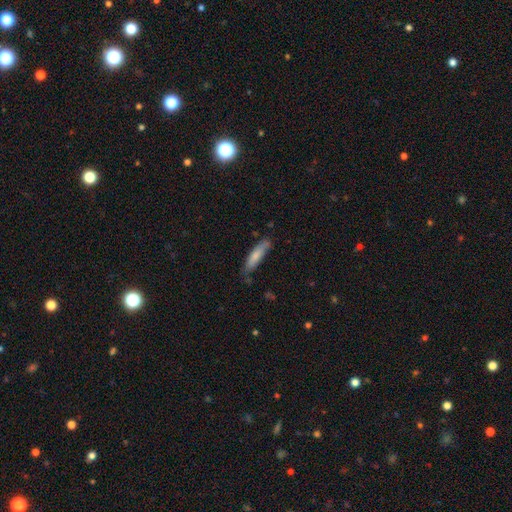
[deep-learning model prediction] A smooth galaxy with no disk features (78%) that is cigar-shaped (73%).

Vote fractions:
- Smooth or featured? smooth: 78% / featured or disk: 17% / star or artifact: 6%
- How rounded? cigar-shaped: 73% / in between: 26% / round: 1%
- Merging? none: 72% / minor disturbance: 22% / major disturbance: 4% / merger: 3%